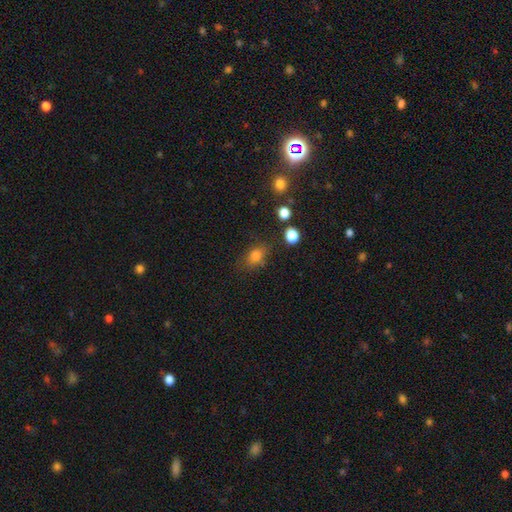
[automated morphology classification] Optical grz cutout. It shows a smooth galaxy with no disk features (79%) that is in between round and cigar-shaped (67%). Merging: none (70%).